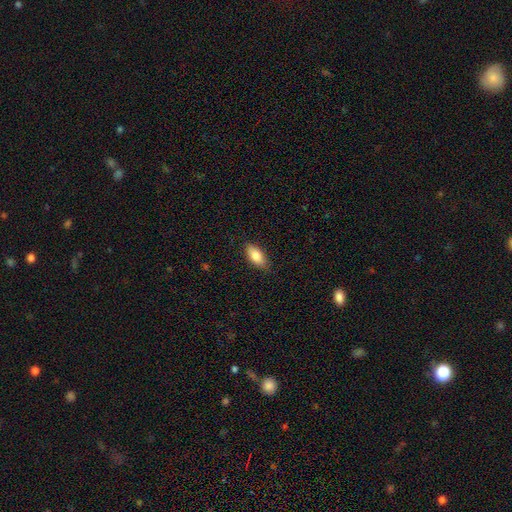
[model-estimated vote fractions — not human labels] A smooth galaxy with no disk features (81%) that is in between round and cigar-shaped (88%). Merging: none (86%).